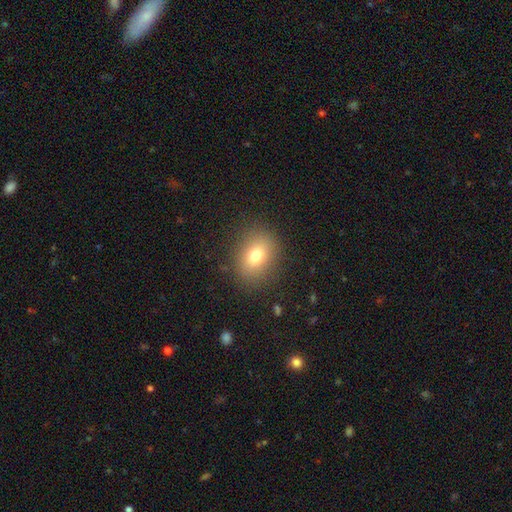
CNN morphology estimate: smooth_or_featured: smooth (p=0.76) [alt: star or artifact p=0.13]
how_rounded: in between (p=0.55) [alt: round p=0.44]
merging: none (p=0.86) [alt: minor disturbance p=0.09]